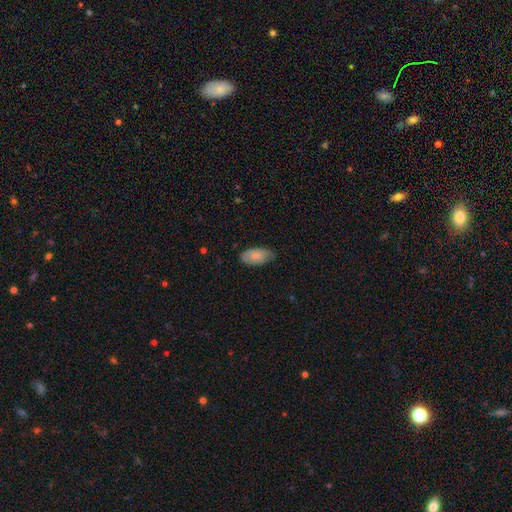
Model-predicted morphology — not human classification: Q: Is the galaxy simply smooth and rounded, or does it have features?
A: smooth — 77%.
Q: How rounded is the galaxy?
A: in between — 93%.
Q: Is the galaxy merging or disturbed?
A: none — 73%.